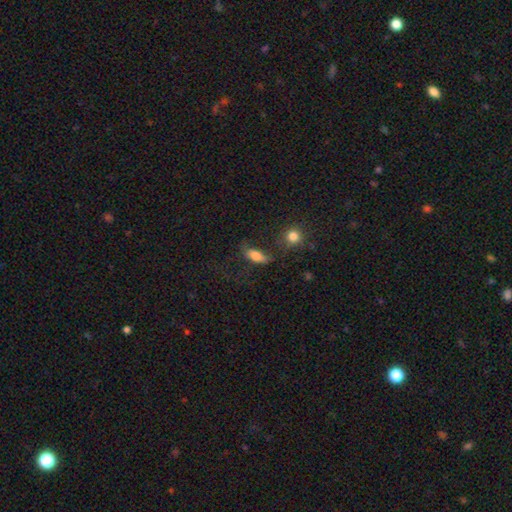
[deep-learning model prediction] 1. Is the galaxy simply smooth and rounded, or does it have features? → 73% smooth, 17% featured or disk, 10% star or artifact.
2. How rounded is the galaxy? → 71% in between, 23% cigar-shaped, 6% round.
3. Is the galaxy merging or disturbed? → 49% none, 25% minor disturbance, 18% major disturbance, 8% merger.